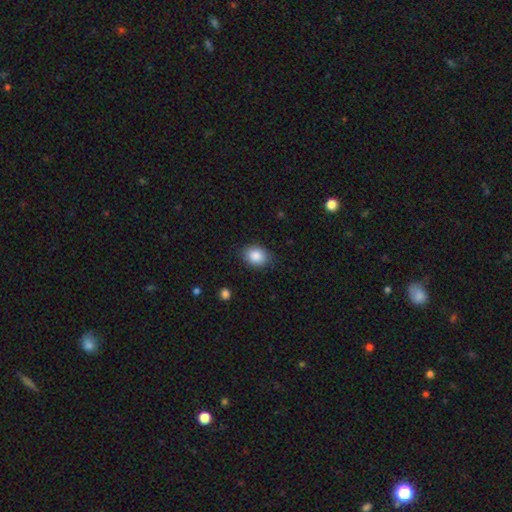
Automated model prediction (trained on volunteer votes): This is clearly a smooth galaxy (87%). How rounded: possibly in between (59%). Merging: clearly none (83%).